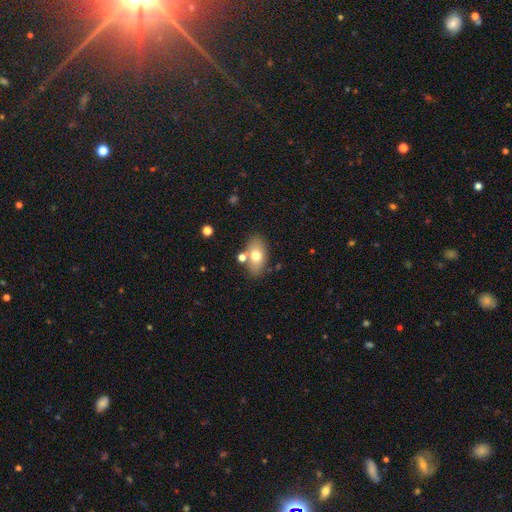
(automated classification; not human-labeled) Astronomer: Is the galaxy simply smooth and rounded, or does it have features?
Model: smooth — 70%.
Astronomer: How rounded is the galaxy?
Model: in between — 87%.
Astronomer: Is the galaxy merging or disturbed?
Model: none — 72%.